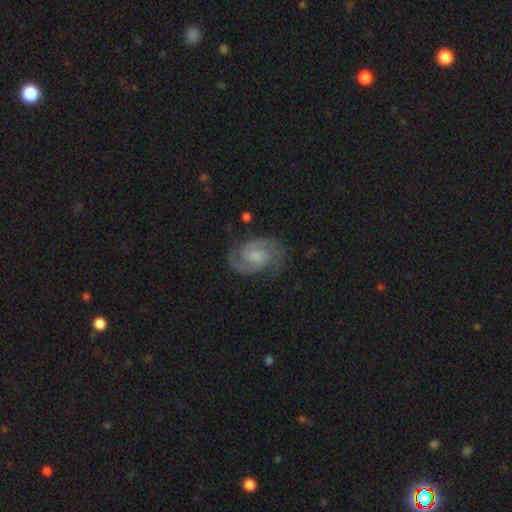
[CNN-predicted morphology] This appears to be a featured or disk galaxy (89%) with no bar (46%), 2 (93%) medium (52%) spiral arms (98%) and a small central bulge (41%). Merging: none (82%).